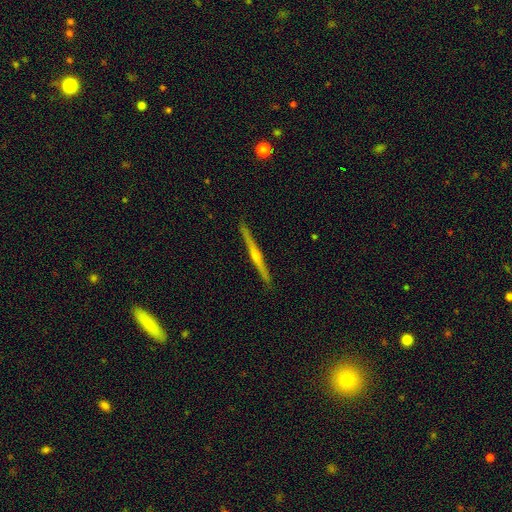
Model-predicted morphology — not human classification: Smooth or featured? Predicted: featured or disk (p=0.80). Edge-on disk? Predicted: yes (p=0.98). Edge-on bulge? Predicted: rounded (p=0.85). Merging? Predicted: none (p=0.92).